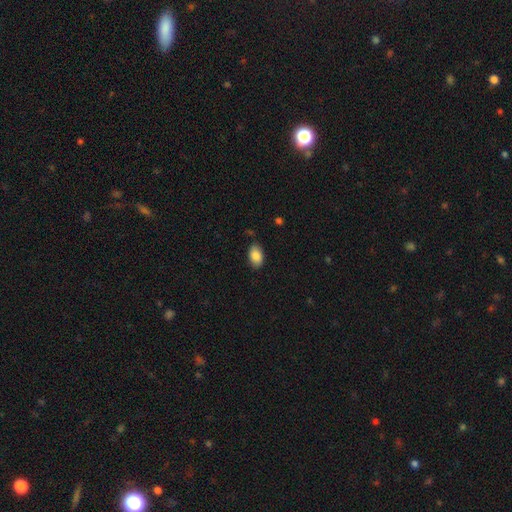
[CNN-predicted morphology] Smooth or featured: smooth — 87% (star or artifact — 7%)
How rounded: in between — 91% (round — 8%)
Merging: none — 84% (minor disturbance — 13%)